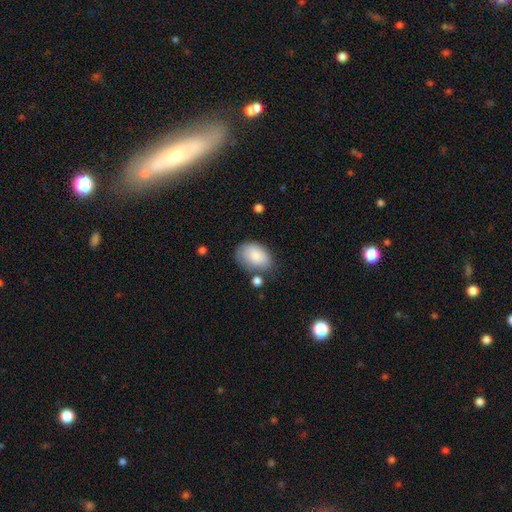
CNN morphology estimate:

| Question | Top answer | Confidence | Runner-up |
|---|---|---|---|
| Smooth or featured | smooth | 85% | featured or disk (9%) |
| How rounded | in between | 86% | round (13%) |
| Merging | none | 61% | minor disturbance (25%) |